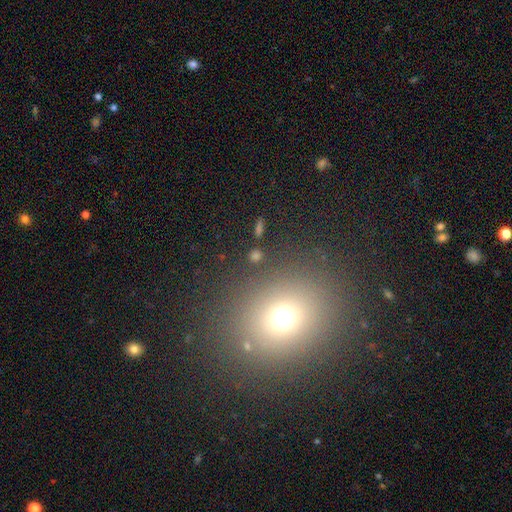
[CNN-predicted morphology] Smooth or featured: smooth — 57% (star or artifact — 32%)
How rounded: round — 58% (in between — 38%)
Merging: none — 84% (minor disturbance — 8%)